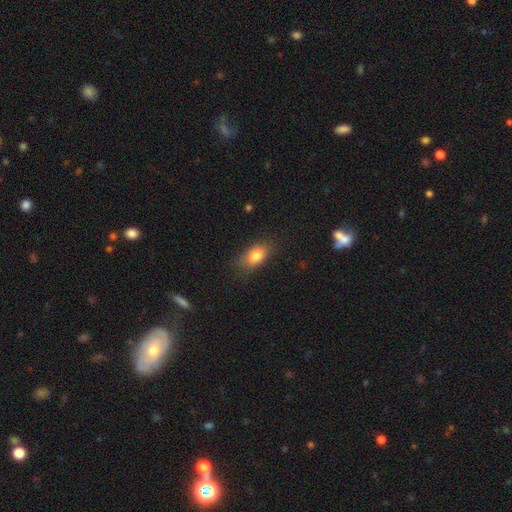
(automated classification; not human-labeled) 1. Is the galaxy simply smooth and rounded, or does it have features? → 80% smooth, 11% featured or disk, 9% star or artifact.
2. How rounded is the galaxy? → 82% in between, 13% round, 5% cigar-shaped.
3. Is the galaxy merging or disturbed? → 73% none, 19% minor disturbance, 6% major disturbance, 1% merger.